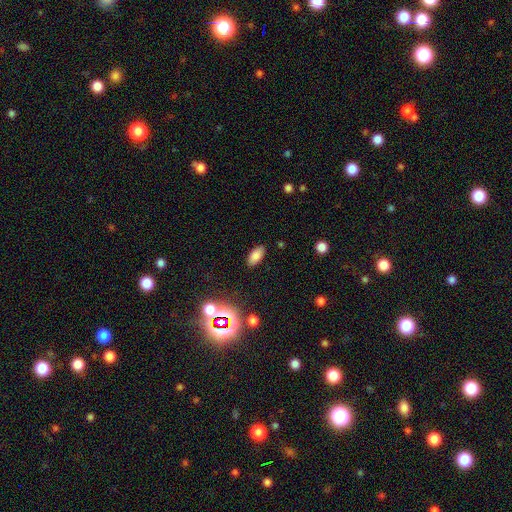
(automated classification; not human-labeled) smooth_or_featured: smooth (p=0.79) [alt: star or artifact p=0.13]
how_rounded: in between (p=0.90) [alt: cigar-shaped p=0.06]
merging: none (p=0.87) [alt: minor disturbance p=0.09]